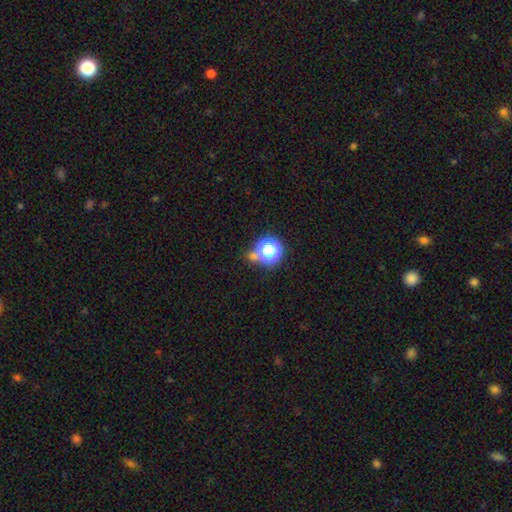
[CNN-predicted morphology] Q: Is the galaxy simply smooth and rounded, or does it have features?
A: smooth — 48%.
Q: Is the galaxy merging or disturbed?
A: none — 66%.